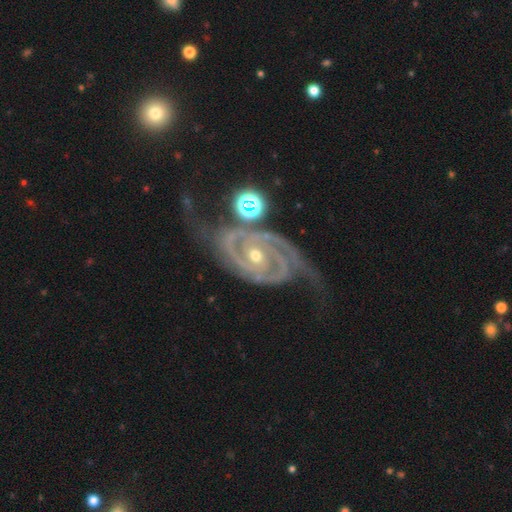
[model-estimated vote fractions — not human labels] This is clearly a featured or disk galaxy (92%). It is clearly not viewed edge-on (97%). Bar: likely no (64%). Spiral arm pattern: clearly yes (98%). Spiral arm count: likely 2 (68%). Spiral winding: likely tight (64%). Central bulge: possibly small (49%). Merging: possibly none (53%).